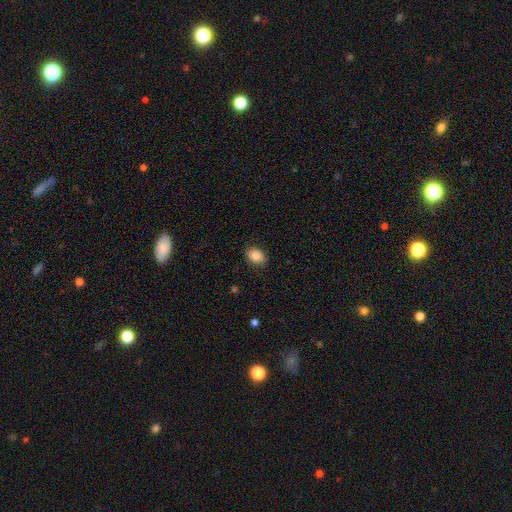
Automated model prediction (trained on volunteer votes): A smooth galaxy with no disk features (86%) that is in between round and cigar-shaped (72%). Merging: none (88%).